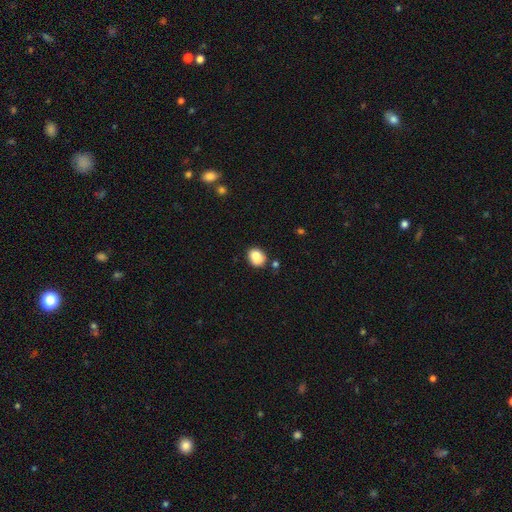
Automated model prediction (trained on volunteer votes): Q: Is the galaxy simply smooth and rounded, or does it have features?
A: smooth — 85%.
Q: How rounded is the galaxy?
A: round — 51%.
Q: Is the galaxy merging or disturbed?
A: none — 74%.